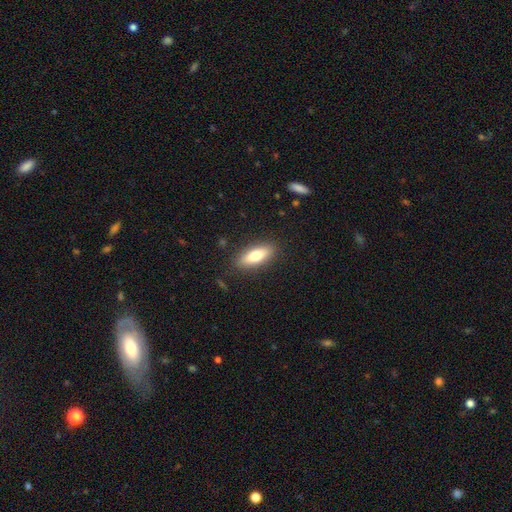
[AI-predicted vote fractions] Morphology: type=smooth (74%); roundness=in between (68%); merging=none (87%).